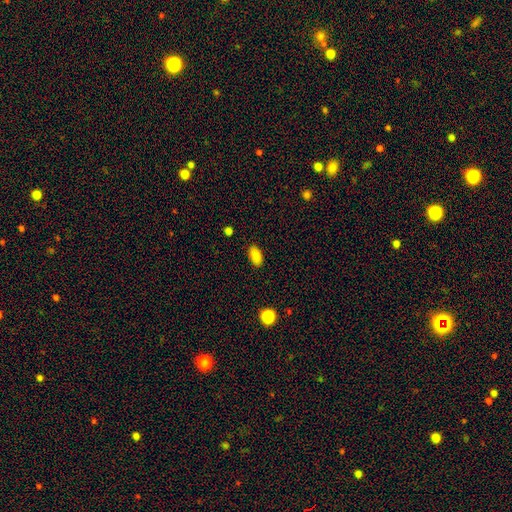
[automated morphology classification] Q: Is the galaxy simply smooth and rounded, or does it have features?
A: smooth — 87%.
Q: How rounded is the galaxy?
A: in between — 92%.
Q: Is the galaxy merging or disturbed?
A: none — 88%.